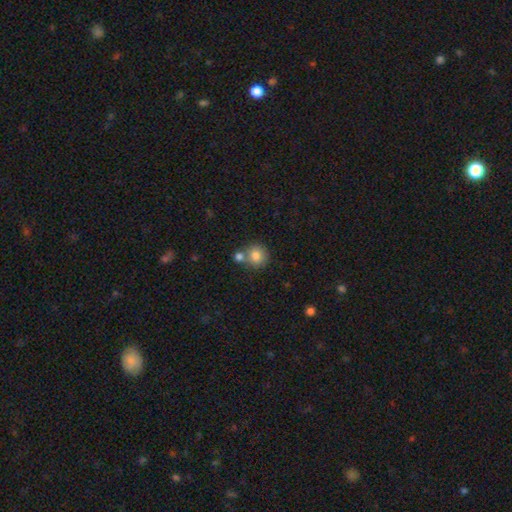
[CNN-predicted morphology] smooth-or-featured: smooth: 83% | star or artifact: 9% | featured or disk: 8%
  how-rounded: round: 85% | in between: 14% | cigar-shaped: 1%
  merging: none: 59% | merger: 28% | minor disturbance: 10% | major disturbance: 3%